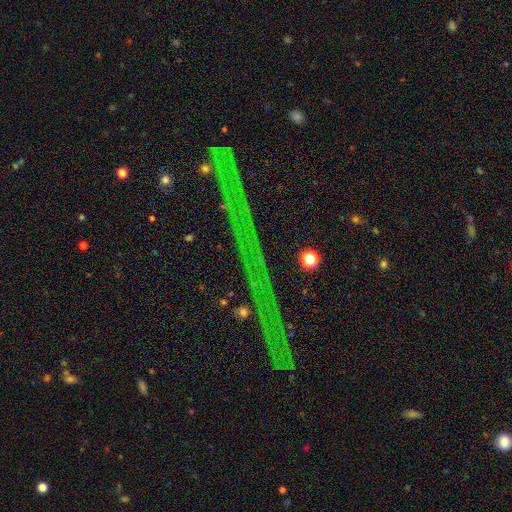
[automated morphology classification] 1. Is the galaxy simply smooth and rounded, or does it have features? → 82% star or artifact, 10% featured or disk, 9% smooth.